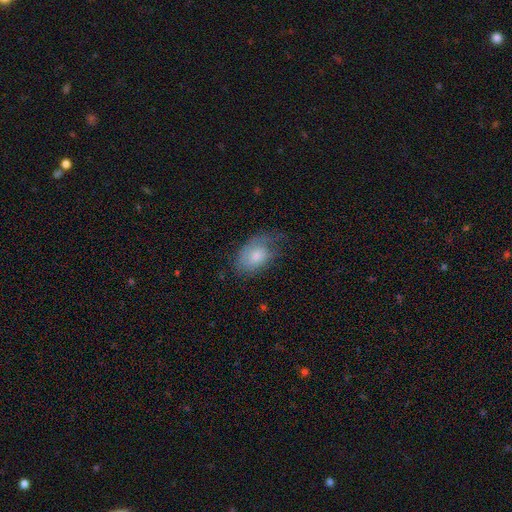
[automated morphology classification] type=smooth (67%); roundness=in between (87%); merging=none (45%).